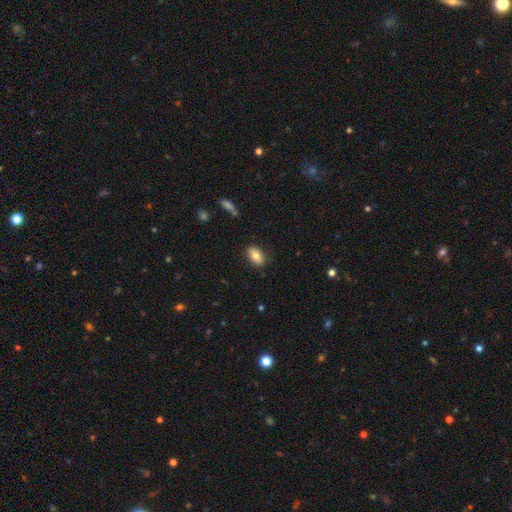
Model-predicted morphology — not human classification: smooth 79%, featured or disk 13%, star or artifact 8%. Down the decision tree: how rounded — in between (88%); merging — none (83%).